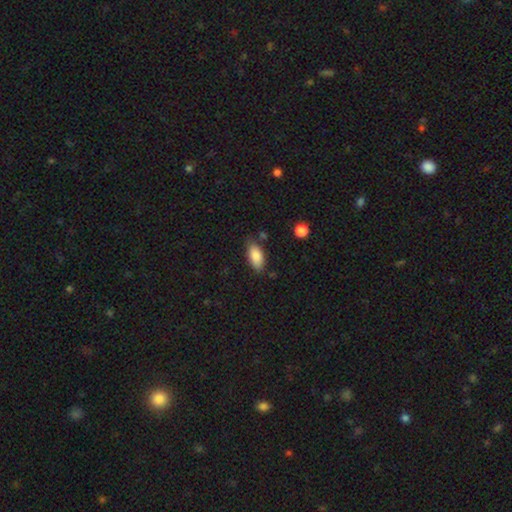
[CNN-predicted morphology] Smooth or featured: smooth — 85% (featured or disk — 8%)
How rounded: in between — 89% (cigar-shaped — 8%)
Merging: none — 75% (minor disturbance — 18%)